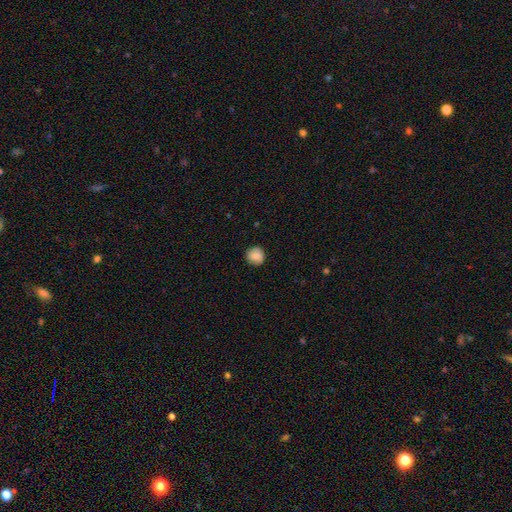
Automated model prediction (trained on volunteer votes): This appears to be a smooth galaxy with no disk features (83%) that is round (91%). Merging: none (87%).